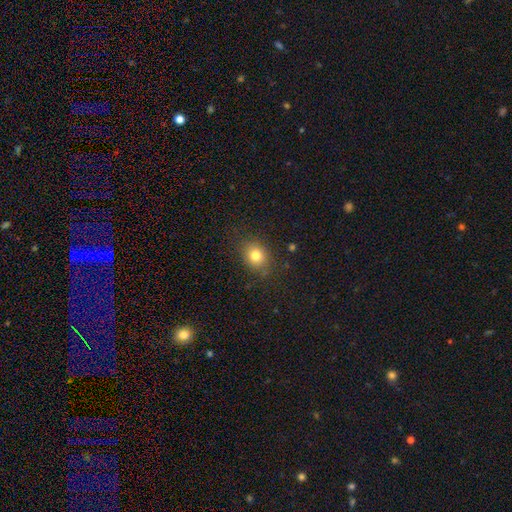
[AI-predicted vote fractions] A smooth galaxy with no disk features (79%) that is round (62%). Merging: none (83%).